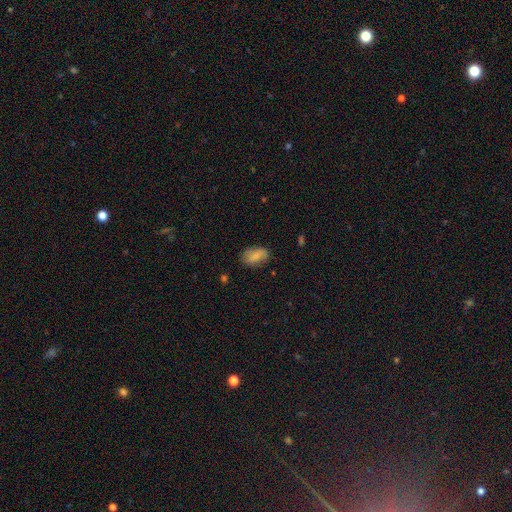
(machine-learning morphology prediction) smooth 78%, featured or disk 14%, star or artifact 8%. Down the decision tree: how rounded — in between (91%); merging — none (73%).